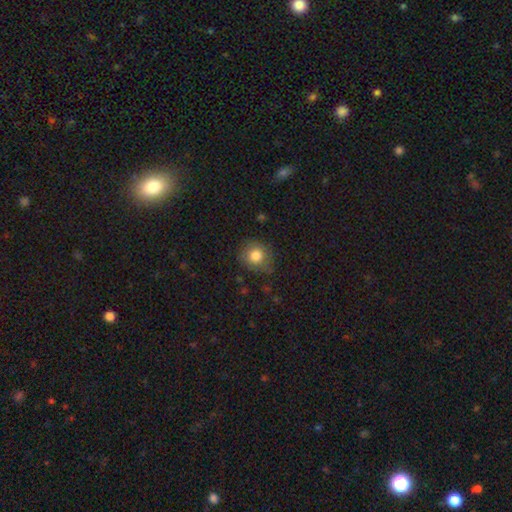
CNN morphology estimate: smooth 82%, star or artifact 9%, featured or disk 9%. Down the decision tree: how rounded — round (86%); merging — none (76%).